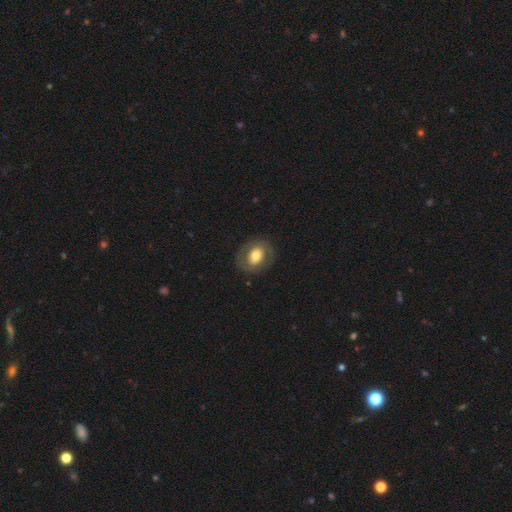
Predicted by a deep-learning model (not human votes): A smooth galaxy with no disk features (56%) that is in between round and cigar-shaped (53%).

Vote fractions:
- Smooth or featured? smooth: 56% / featured or disk: 37% / star or artifact: 7%
- How rounded? in between: 53% / round: 45% / cigar-shaped: 1%
- Merging? none: 81% / minor disturbance: 12% / major disturbance: 6% / merger: 1%